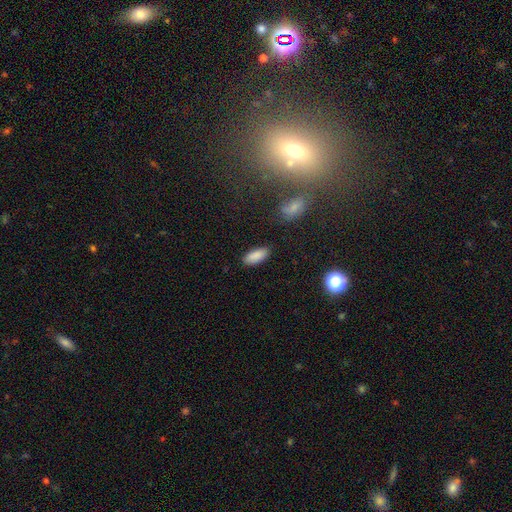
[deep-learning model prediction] Morphology: type=smooth (88%); roundness=in between (83%); merging=none (85%).